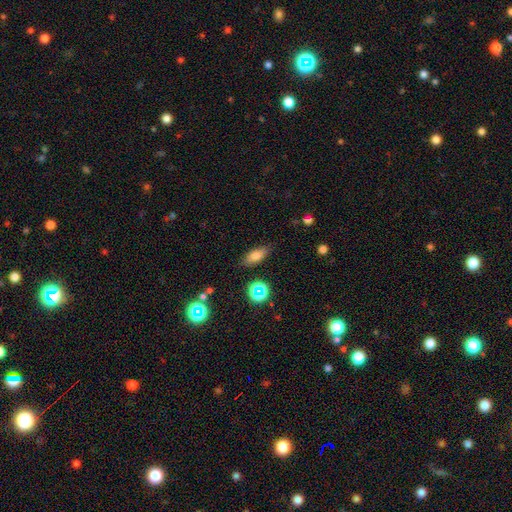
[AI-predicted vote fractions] smooth 74%, featured or disk 14%, star or artifact 12%. Down the decision tree: how rounded — in between (75%); merging — none (83%).